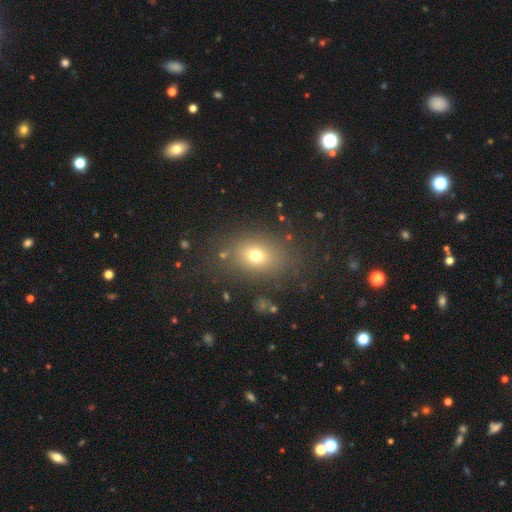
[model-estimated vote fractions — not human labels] Q: Smooth or featured?
A: smooth (71%); runner-up: star or artifact (16%)
Q: How rounded?
A: in between (65%); runner-up: round (33%)
Q: Merging?
A: none (80%); runner-up: minor disturbance (12%)